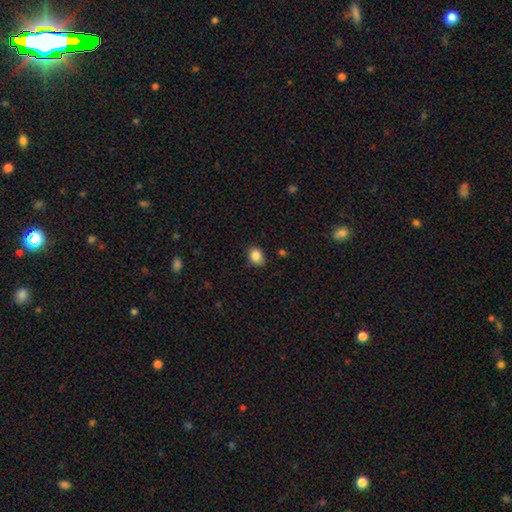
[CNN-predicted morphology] Smooth or featured? Predicted: smooth (p=0.85). How rounded? Predicted: round (p=0.52). Merging? Predicted: none (p=0.81).